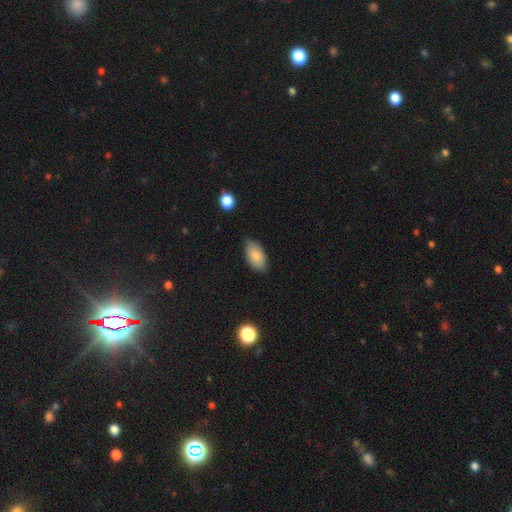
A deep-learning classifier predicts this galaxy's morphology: A smooth galaxy with no disk features (85%) that is in between round and cigar-shaped (94%). Merging: none (81%).